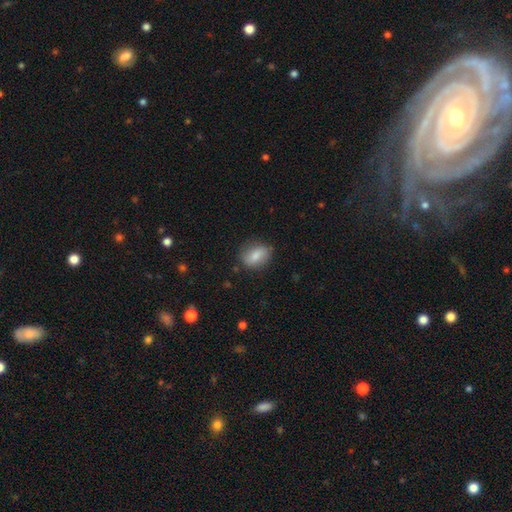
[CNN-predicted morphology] Q: Smooth or featured?
A: smooth (78%); runner-up: featured or disk (14%)
Q: How rounded?
A: in between (69%); runner-up: round (29%)
Q: Merging?
A: none (77%); runner-up: minor disturbance (17%)